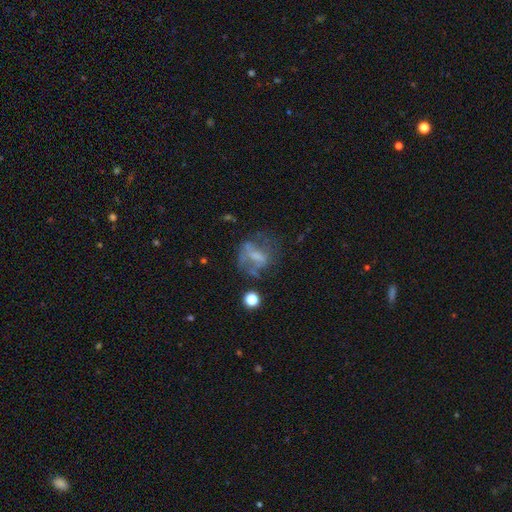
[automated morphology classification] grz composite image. It shows a featured or disk galaxy (50%). Merging: none (39%).